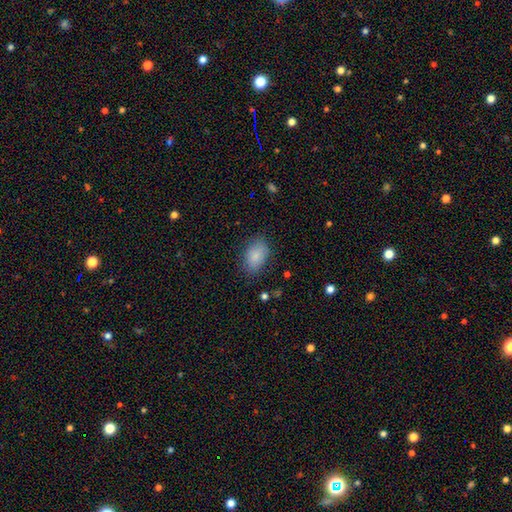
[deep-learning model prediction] This is clearly a smooth galaxy (85%). How rounded: clearly in between (89%). Merging: likely none (79%).